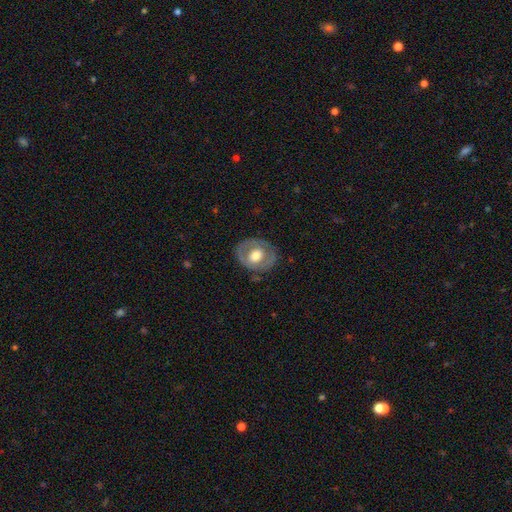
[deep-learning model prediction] Smooth or featured? Predicted: featured or disk (p=0.48). Merging? Predicted: none (p=0.75).